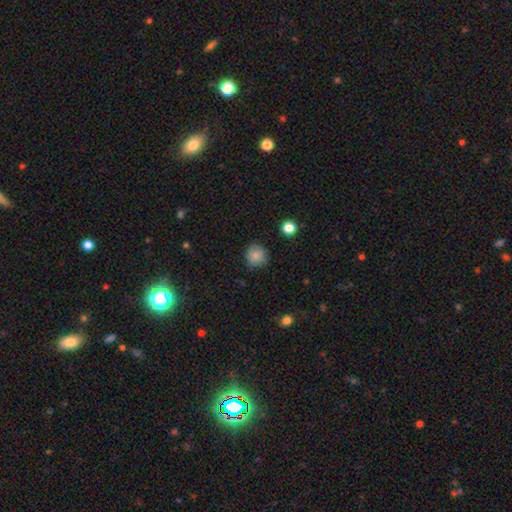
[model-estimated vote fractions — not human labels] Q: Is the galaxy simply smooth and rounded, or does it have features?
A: smooth — 85%.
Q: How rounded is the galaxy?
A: round — 91%.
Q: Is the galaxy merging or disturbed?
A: none — 83%.